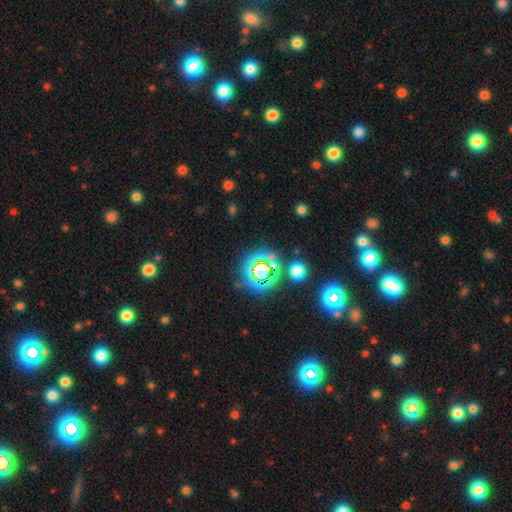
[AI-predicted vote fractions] The model was most divided on "smooth or featured": star or artifact: 73%, smooth: 17%, featured or disk: 10%.